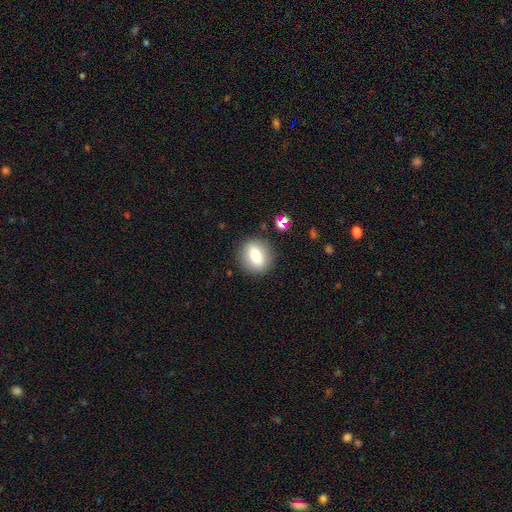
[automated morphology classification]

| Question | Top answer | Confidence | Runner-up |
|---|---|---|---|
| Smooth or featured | smooth | 75% | featured or disk (16%) |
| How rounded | round | 49% | in between (47%) |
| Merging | none | 87% | minor disturbance (8%) |